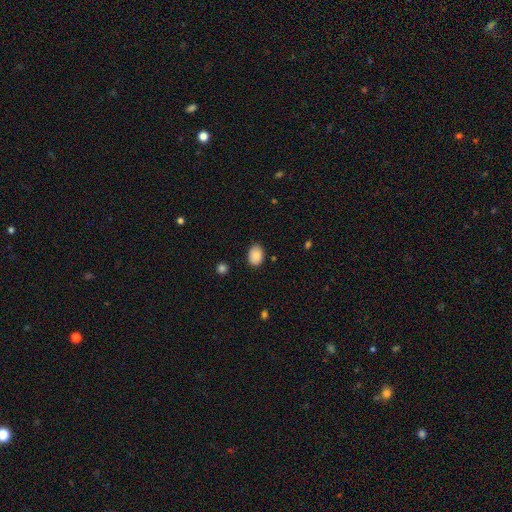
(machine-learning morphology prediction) Smooth or featured?
  - smooth: 87% *
  - star or artifact: 8%
  - featured or disk: 6%
How rounded?
  - in between: 73% *
  - round: 26%
  - cigar-shaped: 1%
Merging?
  - none: 83% *
  - minor disturbance: 13%
  - major disturbance: 3%
  - merger: 2%